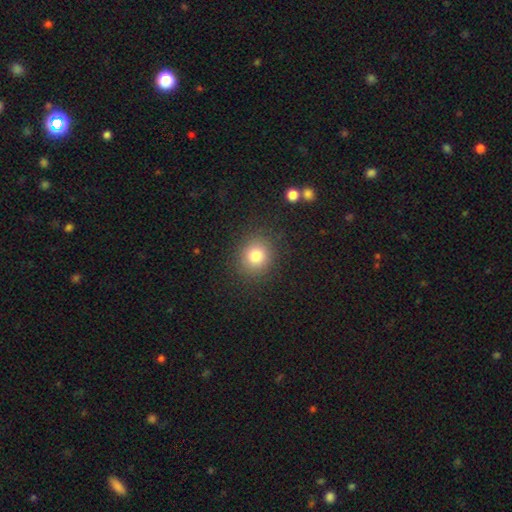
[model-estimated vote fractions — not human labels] Smooth or featured? Predicted: smooth (p=0.80). How rounded? Predicted: round (p=0.78). Merging? Predicted: none (p=0.87).